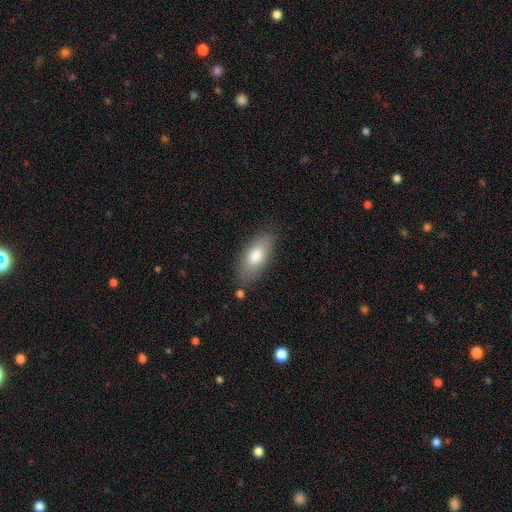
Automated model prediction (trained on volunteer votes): smooth 76%, featured or disk 18%, star or artifact 6%. Down the decision tree: how rounded — in between (80%); merging — none (80%).